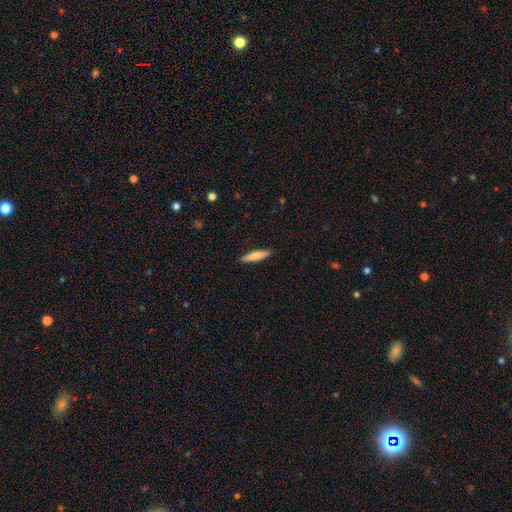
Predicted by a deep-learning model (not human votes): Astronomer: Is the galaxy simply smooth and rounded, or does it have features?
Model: smooth — 76%.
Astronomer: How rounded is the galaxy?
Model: cigar-shaped — 84%.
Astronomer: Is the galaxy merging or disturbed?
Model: none — 91%.